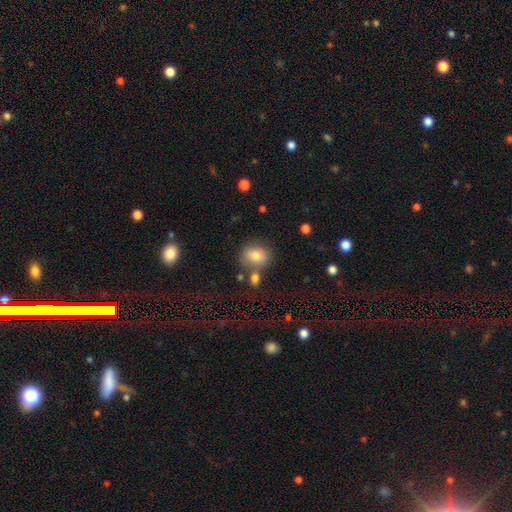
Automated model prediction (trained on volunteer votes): smooth_or_featured: smooth (p=0.79) [alt: featured or disk p=0.11]
how_rounded: round (p=0.51) [alt: in between p=0.48]
merging: none (p=0.67) [alt: minor disturbance p=0.14]